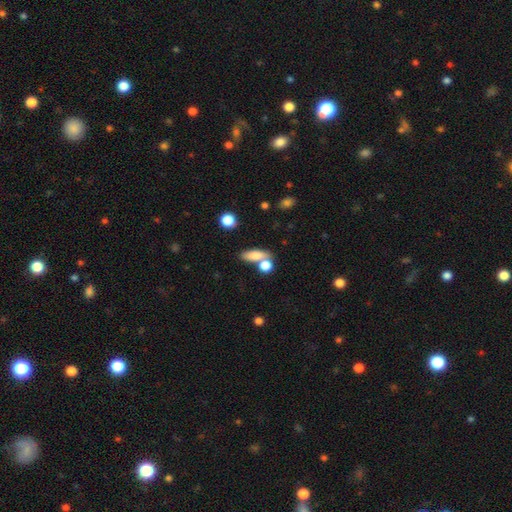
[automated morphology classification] smooth 78%, featured or disk 12%, star or artifact 10%. Down the decision tree: how rounded — in between (60%); merging — none (52%).